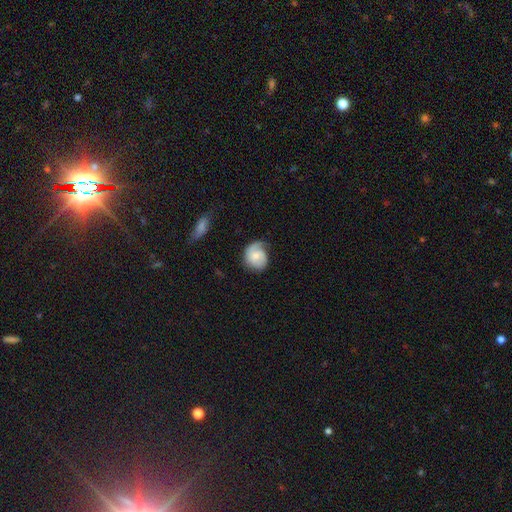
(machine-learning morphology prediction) A featured or disk galaxy (52%) with no bar (58%), spiral arms (89%) and a small central bulge (42%). Merging: none (56%).